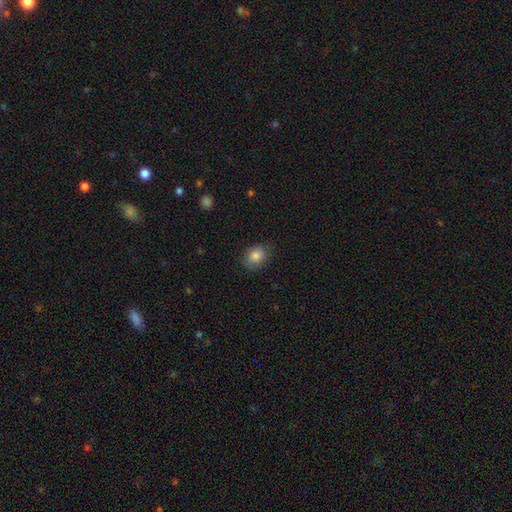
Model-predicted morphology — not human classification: smooth_or_featured: smooth (p=0.85) [alt: star or artifact p=0.09]
how_rounded: in between (p=0.53) [alt: round p=0.46]
merging: none (p=0.83) [alt: minor disturbance p=0.13]